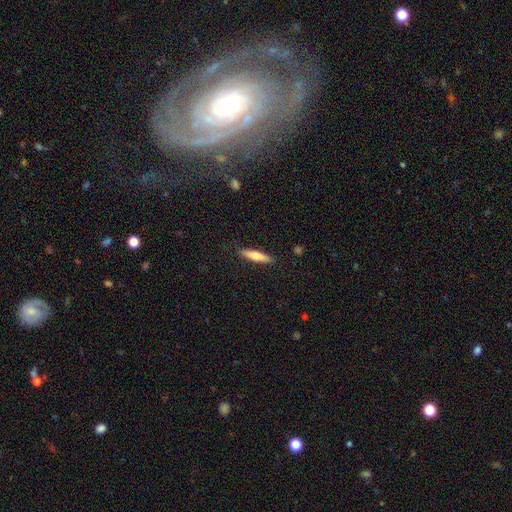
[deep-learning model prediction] This appears to be a smooth galaxy with no disk features (62%) that is cigar-shaped (80%). Merging: none (89%).